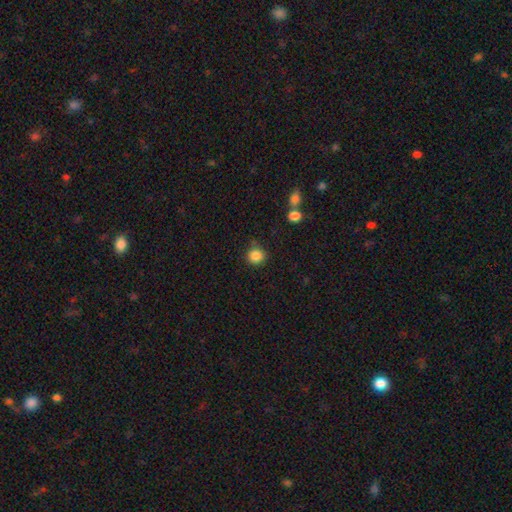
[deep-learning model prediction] This appears to be a smooth galaxy with no disk features (86%) that is round (90%). Merging: none (82%).